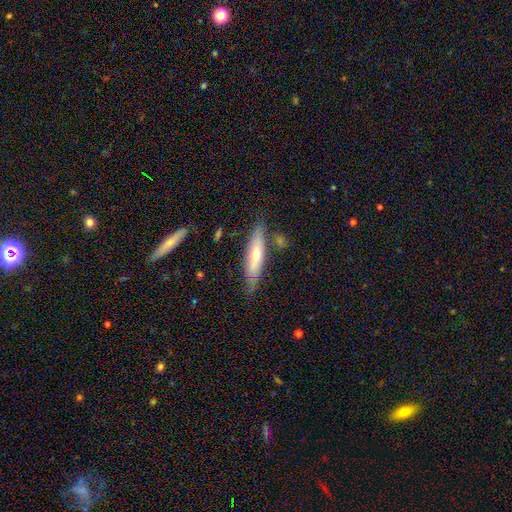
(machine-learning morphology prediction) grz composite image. It shows a smooth galaxy with no disk features (52%) that is cigar-shaped (71%). Merging: none (71%).